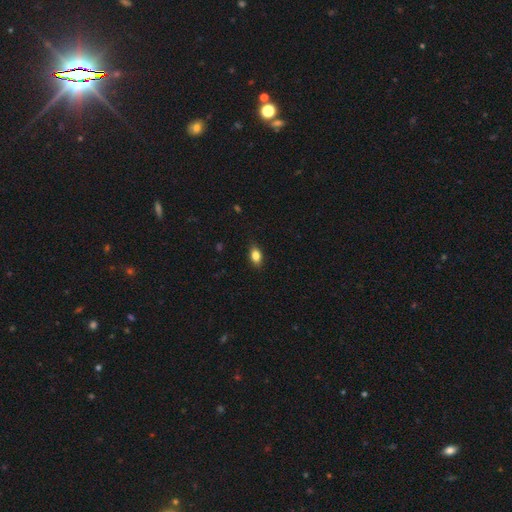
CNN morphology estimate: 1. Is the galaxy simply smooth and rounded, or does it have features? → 83% smooth, 9% star or artifact, 8% featured or disk.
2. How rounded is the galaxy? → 84% in between, 11% round, 4% cigar-shaped.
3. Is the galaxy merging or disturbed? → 84% none, 12% minor disturbance, 2% major disturbance, 1% merger.